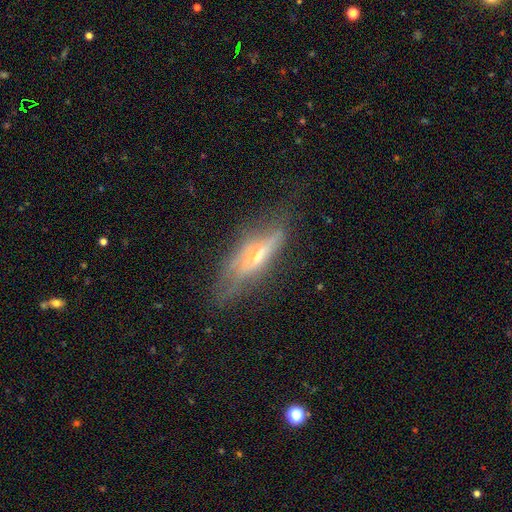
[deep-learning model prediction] This appears to be a featured or disk galaxy (65%) viewed edge-on (81%) with a rounded central bulge (83%). Merging: none (65%).